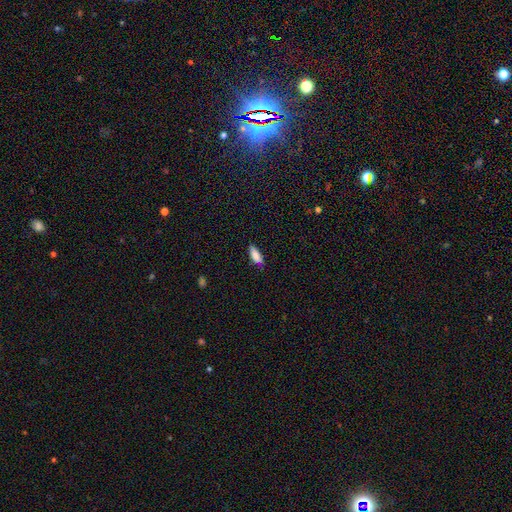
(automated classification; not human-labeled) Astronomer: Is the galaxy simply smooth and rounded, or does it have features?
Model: smooth — 84%.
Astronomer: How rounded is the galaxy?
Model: in between — 67%.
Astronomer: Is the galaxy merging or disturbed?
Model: none — 76%.